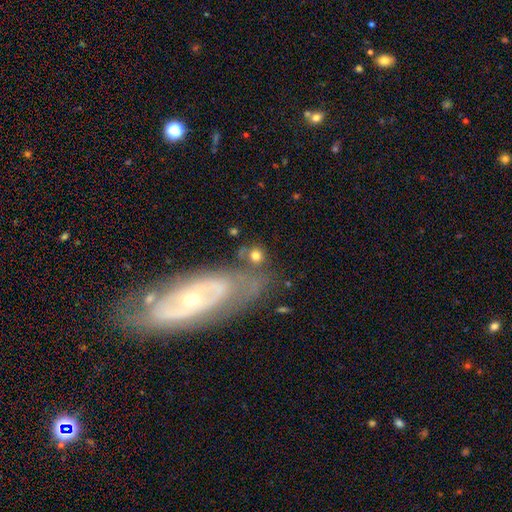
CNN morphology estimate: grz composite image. It shows a smooth galaxy with no disk features (74%) that is round (81%). Merging: none (68%).